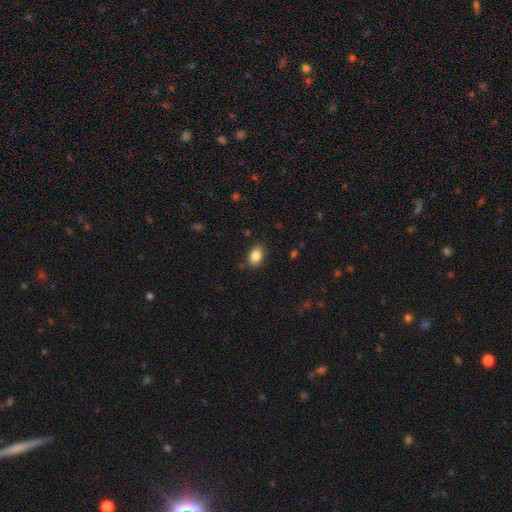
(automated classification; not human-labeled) Smooth or featured?
  - smooth: 85% *
  - star or artifact: 8%
  - featured or disk: 6%
How rounded?
  - in between: 80% *
  - round: 19%
  - cigar-shaped: 1%
Merging?
  - none: 84% *
  - minor disturbance: 12%
  - major disturbance: 3%
  - merger: 2%